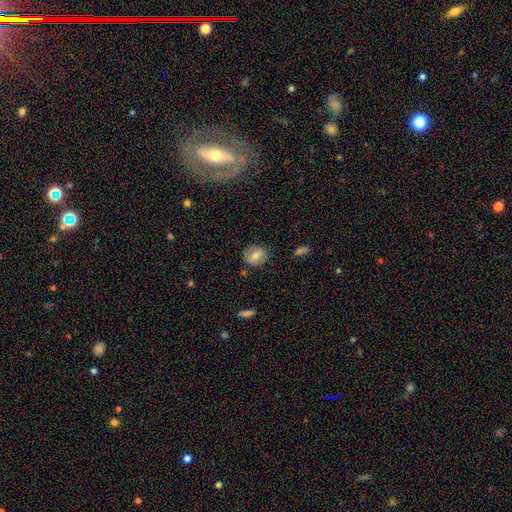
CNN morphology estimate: Smooth or featured? Predicted: smooth (p=0.67). How rounded? Predicted: round (p=0.75). Merging? Predicted: none (p=0.83).